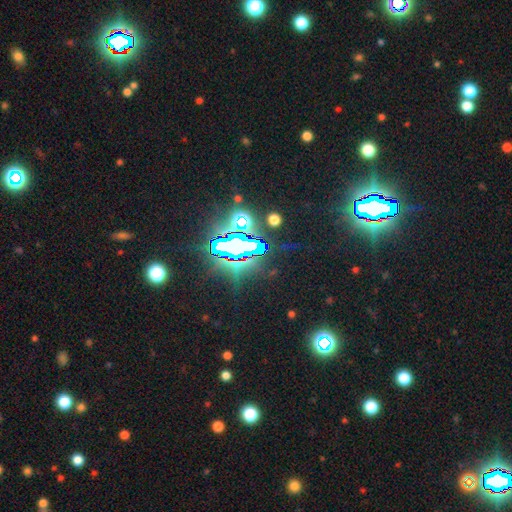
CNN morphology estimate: Q: Smooth or featured?
A: star or artifact (85%); runner-up: smooth (8%)